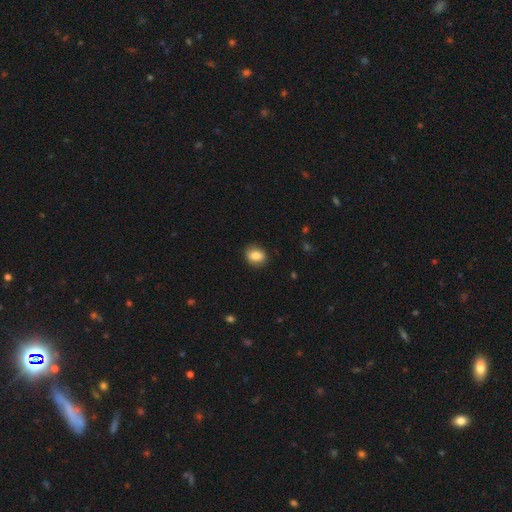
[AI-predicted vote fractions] smooth_or_featured: smooth (p=0.83) [alt: featured or disk p=0.09]
how_rounded: in between (p=0.60) [alt: round p=0.39]
merging: none (p=0.83) [alt: minor disturbance p=0.13]